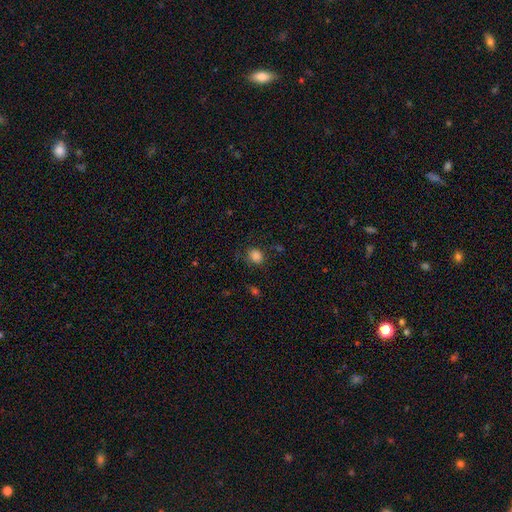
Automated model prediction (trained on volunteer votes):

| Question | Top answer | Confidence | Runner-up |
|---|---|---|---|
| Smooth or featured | smooth | 83% | star or artifact (12%) |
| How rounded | round | 57% | in between (42%) |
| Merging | none | 75% | minor disturbance (17%) |